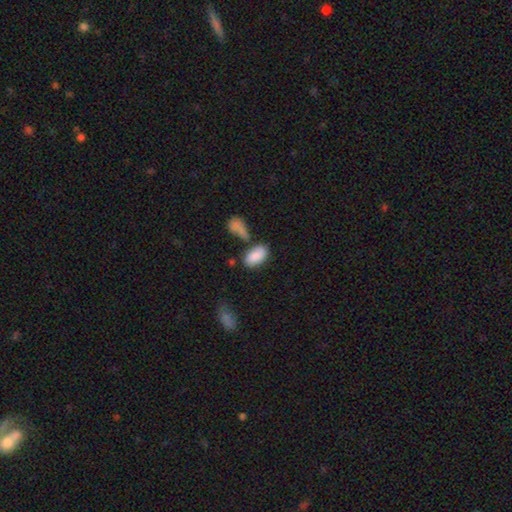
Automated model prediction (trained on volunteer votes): smooth_or_featured: smooth (p=0.86) [alt: featured or disk p=0.07]
how_rounded: in between (p=0.94) [alt: round p=0.04]
merging: none (p=0.58) [alt: merger p=0.19]